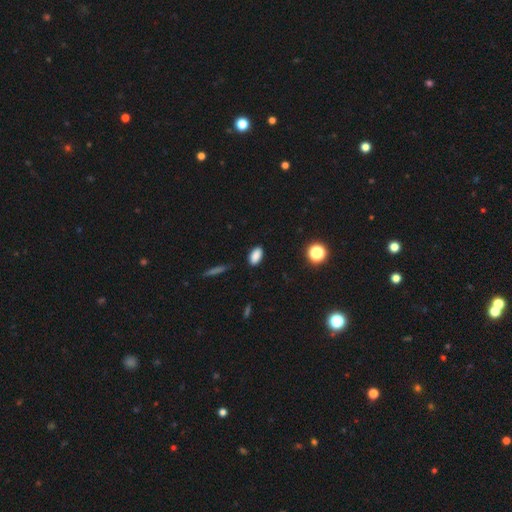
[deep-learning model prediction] A smooth galaxy with no disk features (86%) that is in between round and cigar-shaped (90%).

Vote fractions:
- Smooth or featured? smooth: 86% / star or artifact: 10% / featured or disk: 4%
- How rounded? in between: 90% / round: 6% / cigar-shaped: 4%
- Merging? none: 87% / minor disturbance: 10% / major disturbance: 2% / merger: 1%